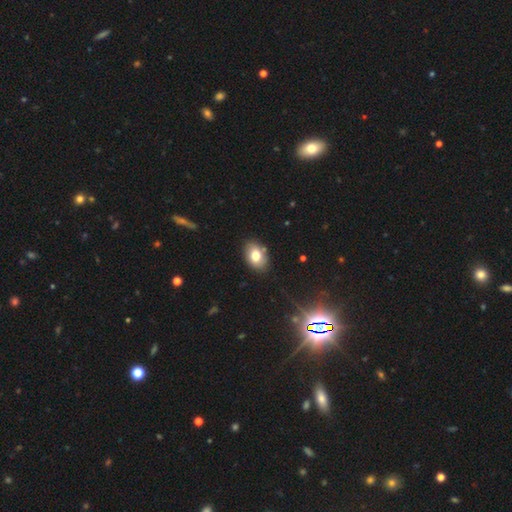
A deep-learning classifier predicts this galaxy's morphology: Smooth or featured? Predicted: smooth (p=0.76). How rounded? Predicted: in between (p=0.82). Merging? Predicted: none (p=0.84).